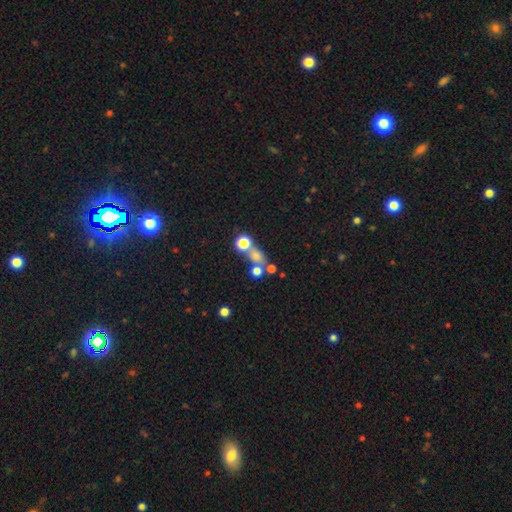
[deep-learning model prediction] Smooth or featured: smooth — 62% (star or artifact — 23%)
How rounded: round — 67% (in between — 29%)
Merging: none — 47% (merger — 37%)